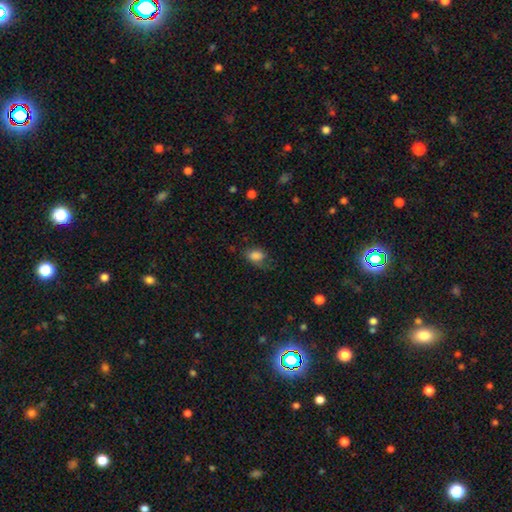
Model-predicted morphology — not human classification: This appears to be a smooth galaxy with no disk features (82%) that is in between round and cigar-shaped (79%). Merging: none (48%).